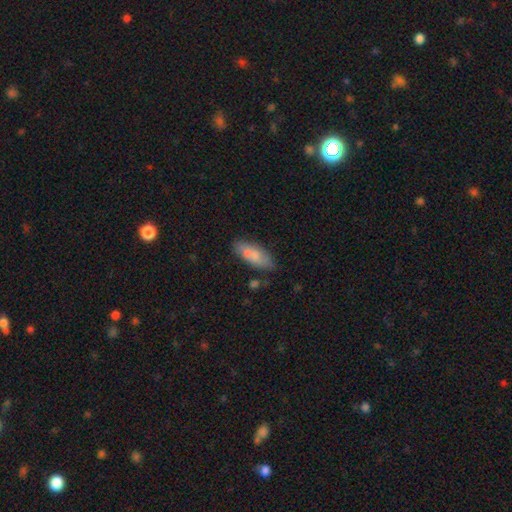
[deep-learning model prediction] Smooth or featured: smooth — 72% (featured or disk — 20%)
How rounded: in between — 72% (cigar-shaped — 25%)
Merging: none — 69% (minor disturbance — 17%)